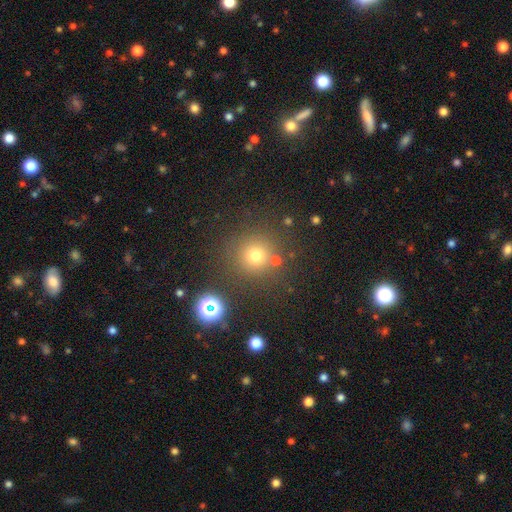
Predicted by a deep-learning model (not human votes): Morphology: type=smooth (71%); roundness=round (94%); merging=none (83%).